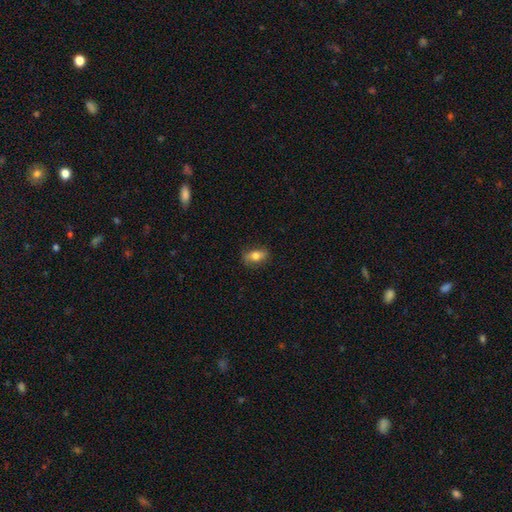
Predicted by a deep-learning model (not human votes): Smooth or featured?
  - smooth: 70% *
  - featured or disk: 21%
  - star or artifact: 8%
How rounded?
  - in between: 79% *
  - round: 12%
  - cigar-shaped: 8%
Merging?
  - none: 82% *
  - minor disturbance: 14%
  - major disturbance: 3%
  - merger: 1%